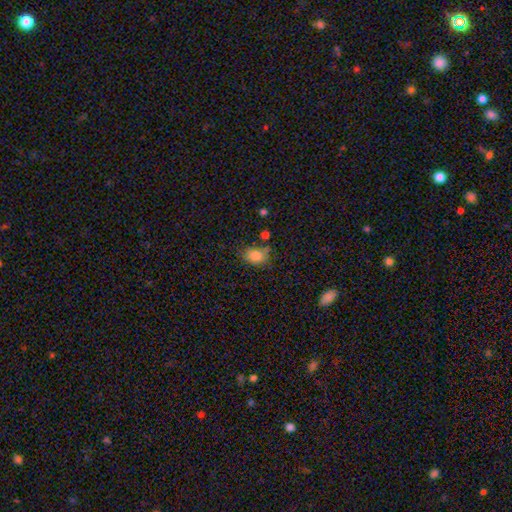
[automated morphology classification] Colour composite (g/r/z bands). It shows a smooth galaxy with no disk features (83%) that is in between round and cigar-shaped (75%). Merging: none (60%).